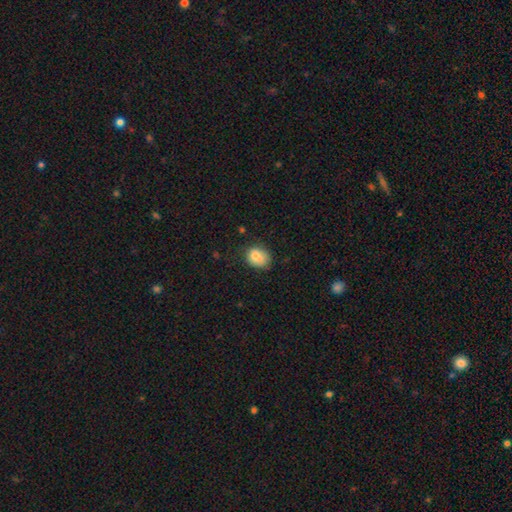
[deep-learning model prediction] smooth-or-featured: smooth: 80% | featured or disk: 11% | star or artifact: 9%
  how-rounded: in between: 52% | round: 47% | cigar-shaped: 1%
  merging: none: 61% | minor disturbance: 25% | major disturbance: 7% | merger: 6%